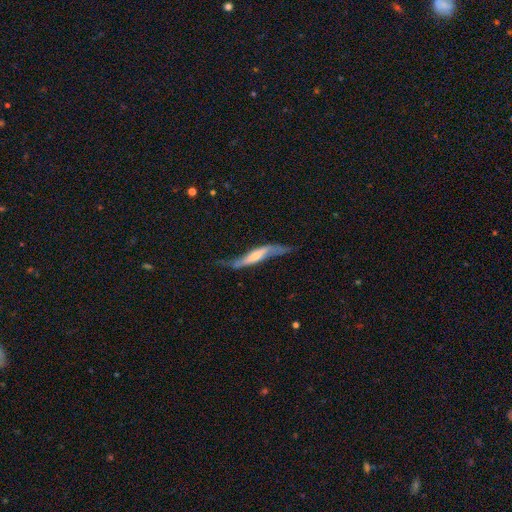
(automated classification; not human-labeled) Morphology: type=featured or disk (70%); edge-on=yes (50%, tied with no); merging=none (48%).